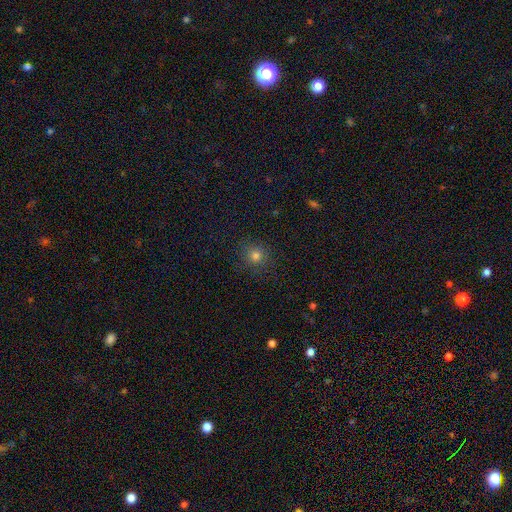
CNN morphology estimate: smooth 79%, star or artifact 15%, featured or disk 6%. Down the decision tree: how rounded — round (91%); merging — none (88%).